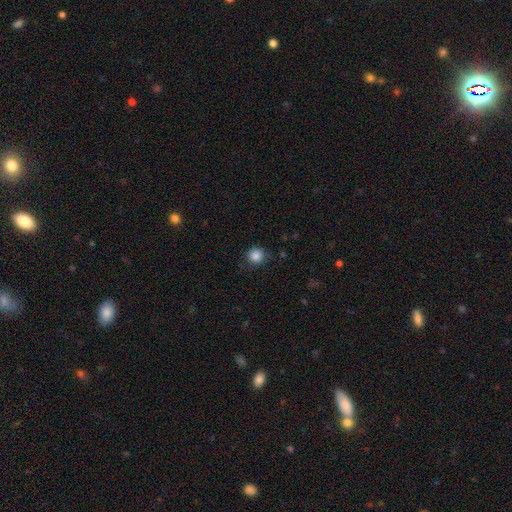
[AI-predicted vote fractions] This appears to be a smooth galaxy with no disk features (86%) that is round (91%). Merging: none (84%).